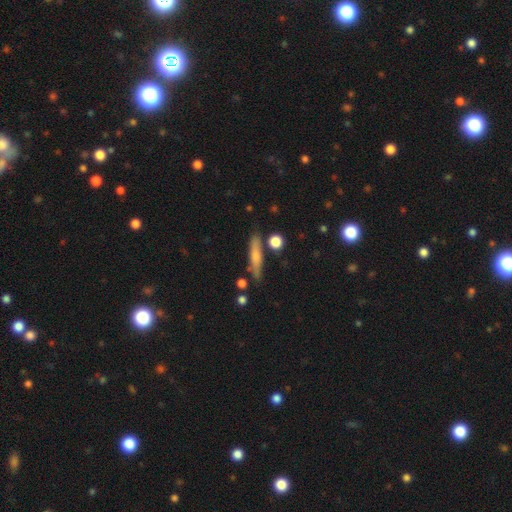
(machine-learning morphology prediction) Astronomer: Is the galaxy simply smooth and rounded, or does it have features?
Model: smooth — 62%.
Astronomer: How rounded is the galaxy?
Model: cigar-shaped — 84%.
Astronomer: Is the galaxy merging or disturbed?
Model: none — 78%.